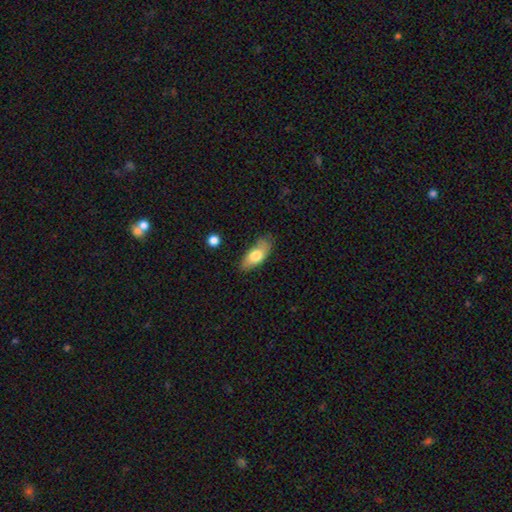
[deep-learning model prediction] Smooth or featured: smooth — 71% (featured or disk — 22%)
How rounded: in between — 81% (cigar-shaped — 16%)
Merging: none — 70% (minor disturbance — 23%)